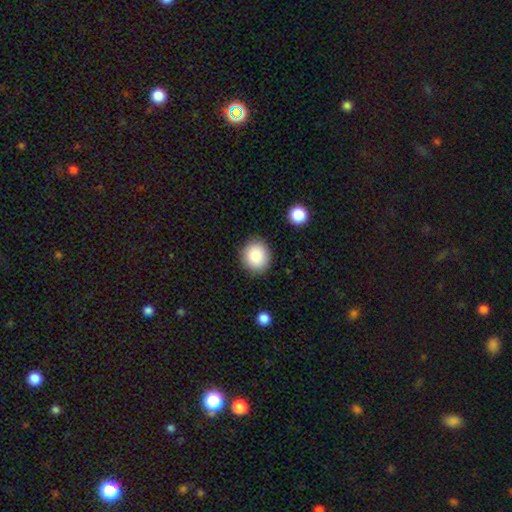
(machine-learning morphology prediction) This appears to be a smooth galaxy with no disk features (87%) that is round (78%). Merging: none (87%).